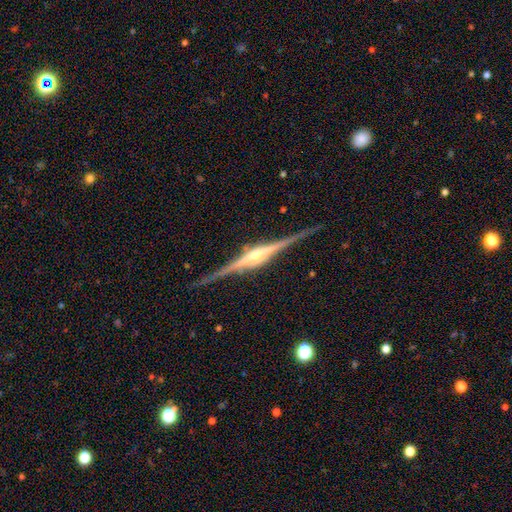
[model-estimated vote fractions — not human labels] The model was most divided on "edge-on bulge": rounded: 80%, boxy: 16%, none: 4%. More confident: edge-on disk — yes (98%); smooth or featured — featured or disk (91%); merging — none (90%).